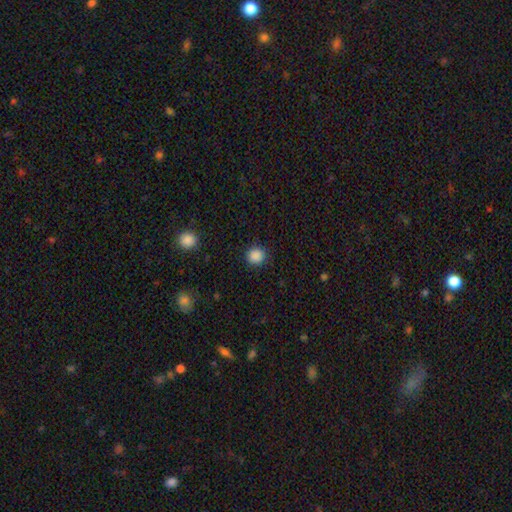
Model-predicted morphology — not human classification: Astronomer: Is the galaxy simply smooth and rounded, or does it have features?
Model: smooth — 87%.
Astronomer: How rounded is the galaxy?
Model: round — 86%.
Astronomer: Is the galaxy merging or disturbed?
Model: none — 89%.